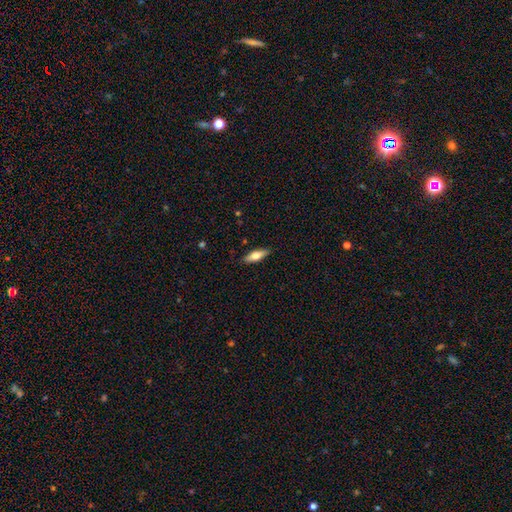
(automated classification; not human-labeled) Q: Smooth or featured?
A: smooth (64%); runner-up: featured or disk (30%)
Q: How rounded?
A: in between (53%); runner-up: cigar-shaped (44%)
Q: Merging?
A: none (88%); runner-up: minor disturbance (9%)